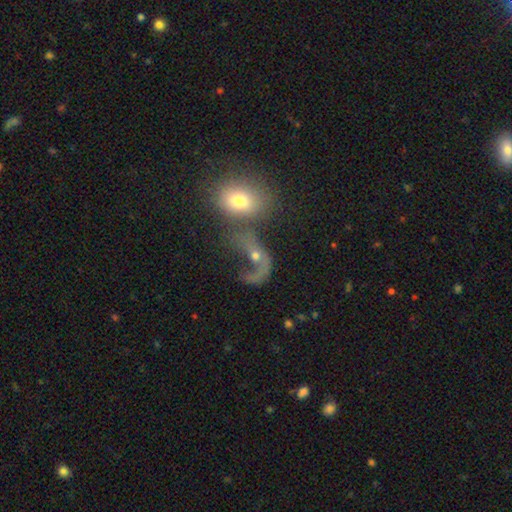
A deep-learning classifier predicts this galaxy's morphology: Smooth or featured: featured or disk — 50% (smooth — 37%)
Merging: merger — 45% (major disturbance — 30%)